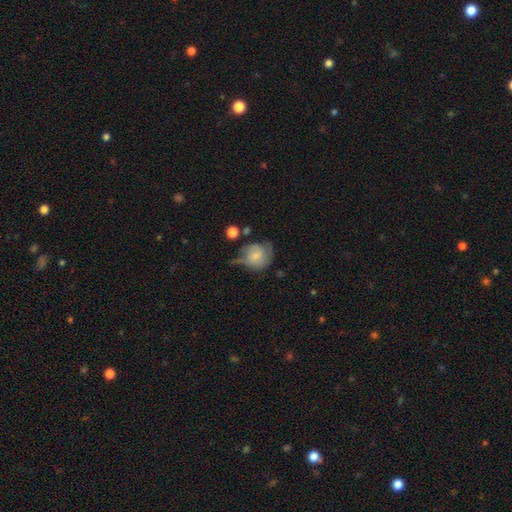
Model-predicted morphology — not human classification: The model was most divided on "merging": none: 39%, minor disturbance: 34%, major disturbance: 20%, merger: 7%. More confident: how rounded — round (76%); smooth or featured — smooth (59%).